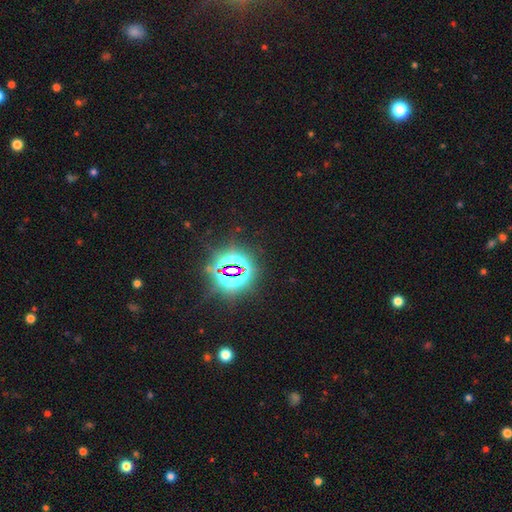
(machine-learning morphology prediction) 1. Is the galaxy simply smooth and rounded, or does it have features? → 83% star or artifact, 10% smooth, 7% featured or disk.